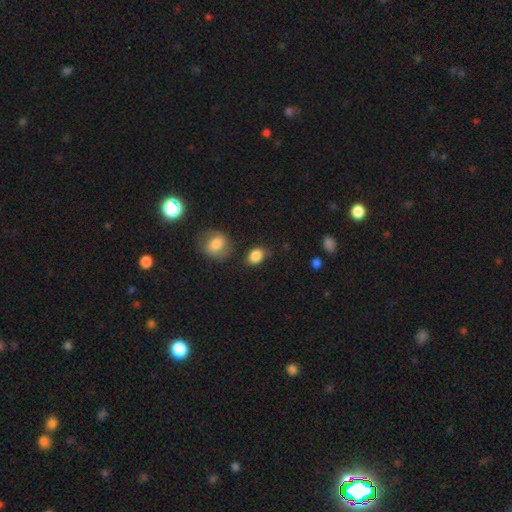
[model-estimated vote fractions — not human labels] This is clearly a smooth galaxy (87%). How rounded: likely in between (66%). Merging: likely none (72%).